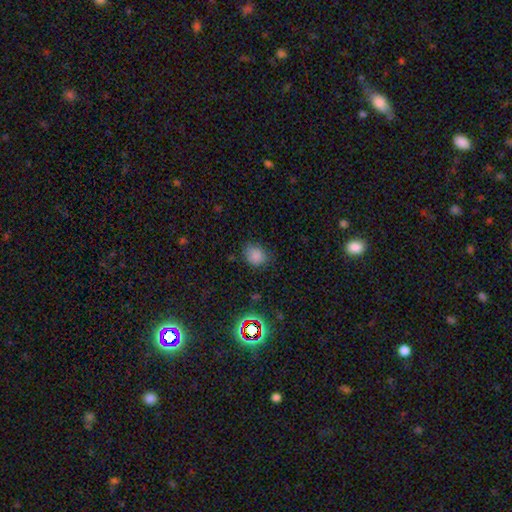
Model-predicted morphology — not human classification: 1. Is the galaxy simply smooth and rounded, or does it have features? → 78% smooth, 17% star or artifact, 6% featured or disk.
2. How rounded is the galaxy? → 56% round, 43% in between, 1% cigar-shaped.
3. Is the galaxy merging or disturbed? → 73% none, 20% minor disturbance, 5% major disturbance, 2% merger.